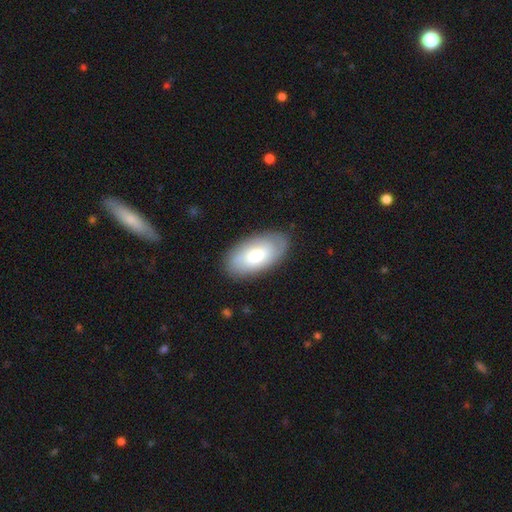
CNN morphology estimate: A smooth galaxy with no disk features (59%) that is in between round and cigar-shaped (94%). Merging: none (85%).